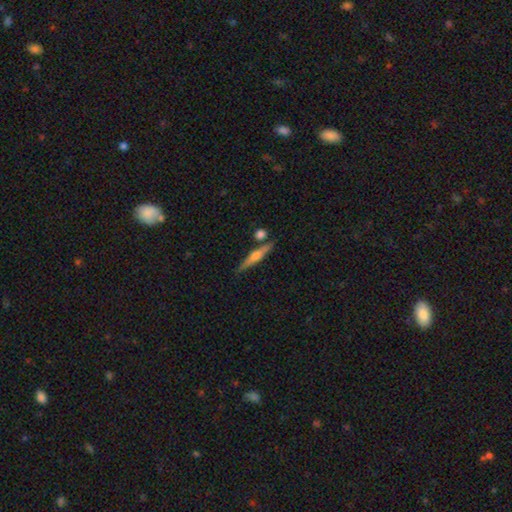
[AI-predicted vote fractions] Smooth or featured?
  - featured or disk: 66% *
  - smooth: 28%
  - star or artifact: 7%
Edge-on disk?
  - yes: 97% *
  - no: 3%
Edge-on bulge?
  - rounded: 87% *
  - boxy: 8%
  - none: 6%
Merging?
  - none: 80% *
  - minor disturbance: 9%
  - merger: 9%
  - major disturbance: 2%